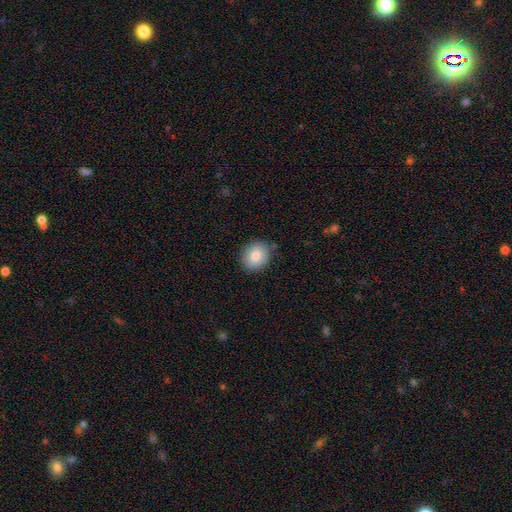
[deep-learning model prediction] The model was most divided on "how rounded": round: 70%, in between: 29%, cigar-shaped: 1%. More confident: merging — none (81%); smooth or featured — smooth (80%).